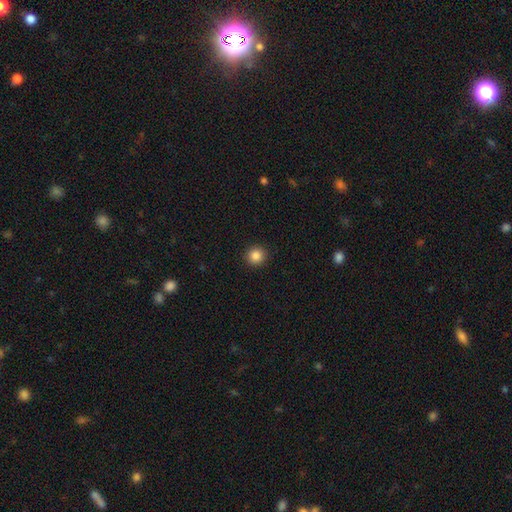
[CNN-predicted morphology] type=smooth (86%); roundness=round (94%); merging=none (93%).